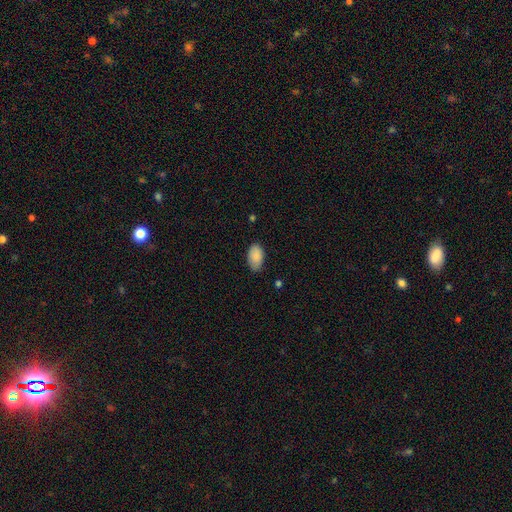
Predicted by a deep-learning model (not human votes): smooth_or_featured: smooth (p=0.88) [alt: star or artifact p=0.07]
how_rounded: in between (p=0.94) [alt: round p=0.05]
merging: none (p=0.76) [alt: minor disturbance p=0.20]